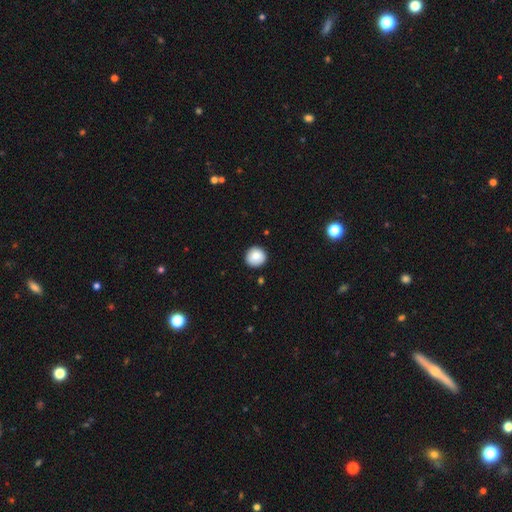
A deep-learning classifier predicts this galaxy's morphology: Q: Smooth or featured?
A: smooth (84%); runner-up: star or artifact (8%)
Q: How rounded?
A: round (94%); runner-up: in between (5%)
Q: Merging?
A: none (90%); runner-up: minor disturbance (7%)